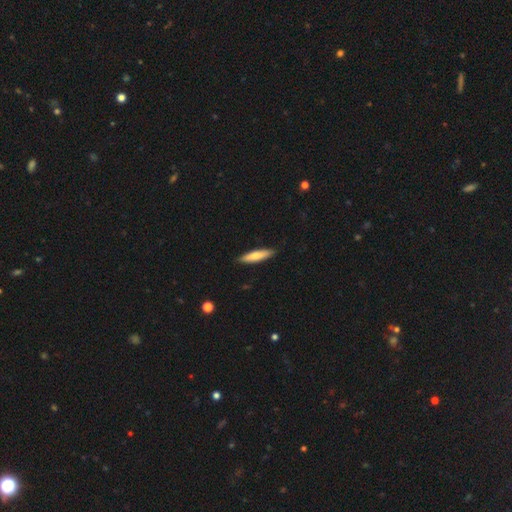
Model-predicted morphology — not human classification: Q: Smooth or featured?
A: smooth (73%); runner-up: featured or disk (22%)
Q: How rounded?
A: cigar-shaped (79%); runner-up: in between (20%)
Q: Merging?
A: none (89%); runner-up: minor disturbance (8%)